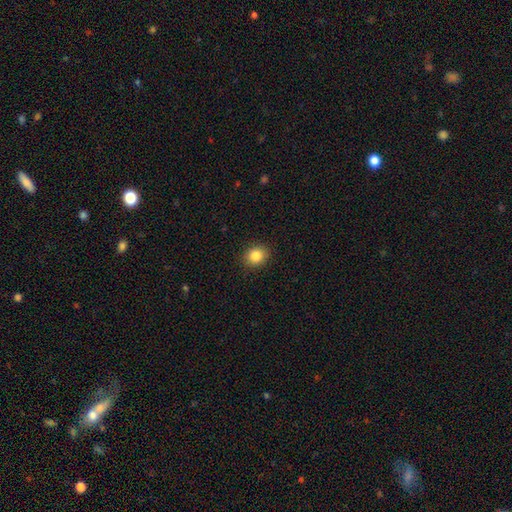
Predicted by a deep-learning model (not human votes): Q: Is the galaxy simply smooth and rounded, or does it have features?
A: smooth — 85%.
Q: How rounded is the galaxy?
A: round — 65%.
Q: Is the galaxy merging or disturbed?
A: none — 89%.